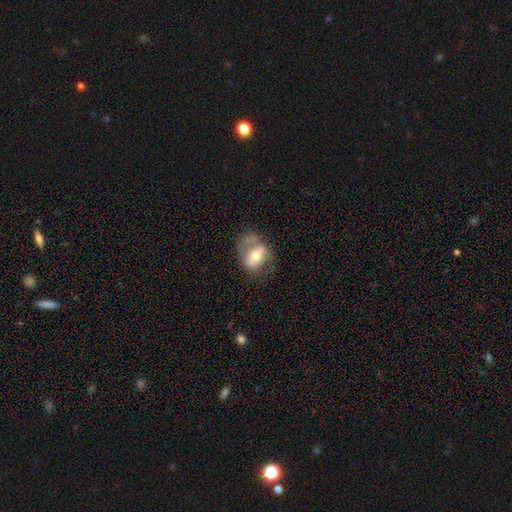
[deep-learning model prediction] Smooth or featured: featured or disk — 57% (smooth — 36%)
Edge-on disk: no — 92% (yes — 8%)
Bar: strong — 39% (weak — 31%)
Spiral arms: yes — 51% (no — 49%)
Bulge size: moderate — 66% (small — 22%)
Merging: none — 52% (minor disturbance — 23%)